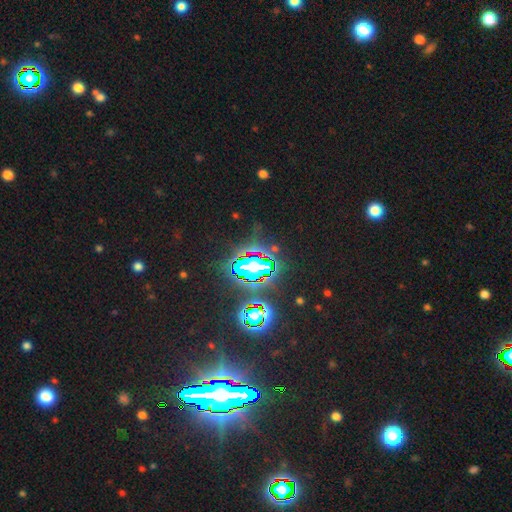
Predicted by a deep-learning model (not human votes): Overall: star or artifact (80%).